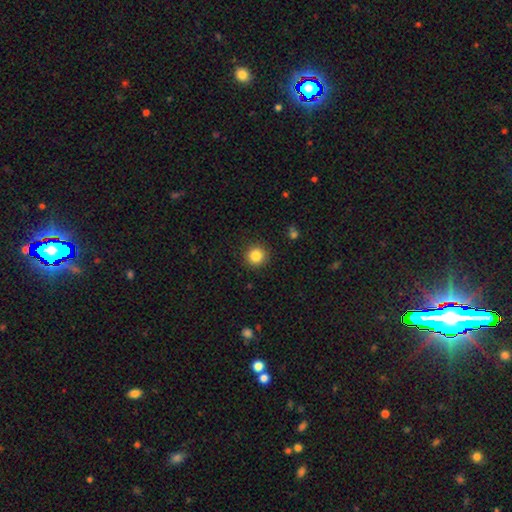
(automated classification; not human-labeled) The model was most divided on "smooth or featured": smooth: 84%, star or artifact: 11%, featured or disk: 5%. More confident: how rounded — round (95%); merging — none (92%).